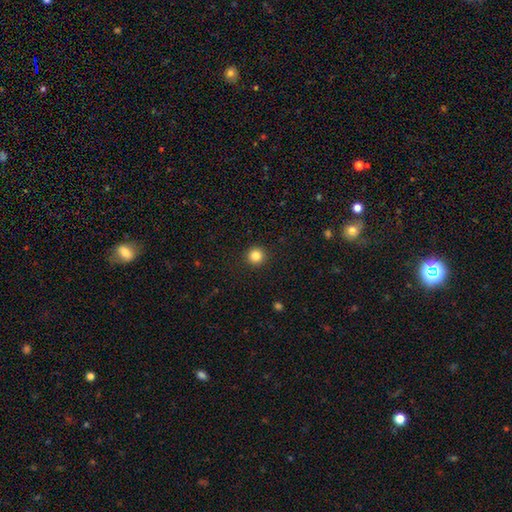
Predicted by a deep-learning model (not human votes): smooth_or_featured: smooth (p=0.84) [alt: star or artifact p=0.11]
how_rounded: round (p=0.96) [alt: in between p=0.03]
merging: none (p=0.93) [alt: minor disturbance p=0.04]